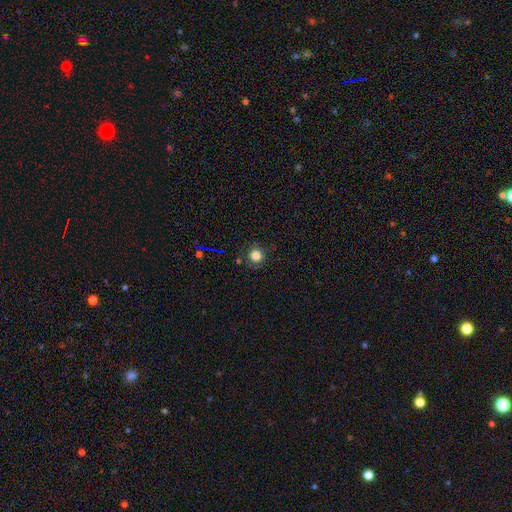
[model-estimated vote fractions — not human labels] smooth 80%, star or artifact 13%, featured or disk 7%. Down the decision tree: how rounded — round (92%); merging — none (83%).